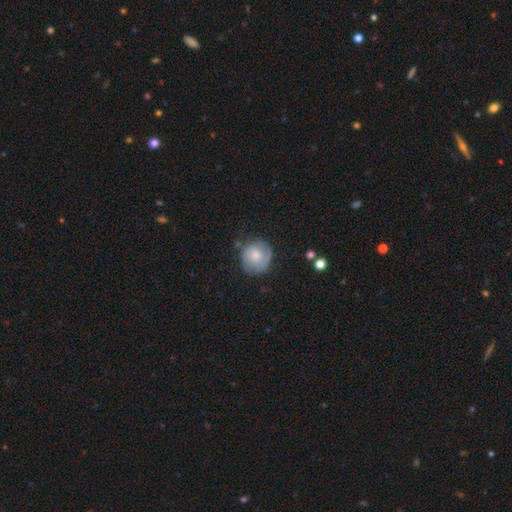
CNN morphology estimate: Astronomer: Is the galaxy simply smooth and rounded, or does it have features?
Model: smooth — 61%.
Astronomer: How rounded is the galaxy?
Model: round — 88%.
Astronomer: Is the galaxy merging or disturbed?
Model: none — 67%.